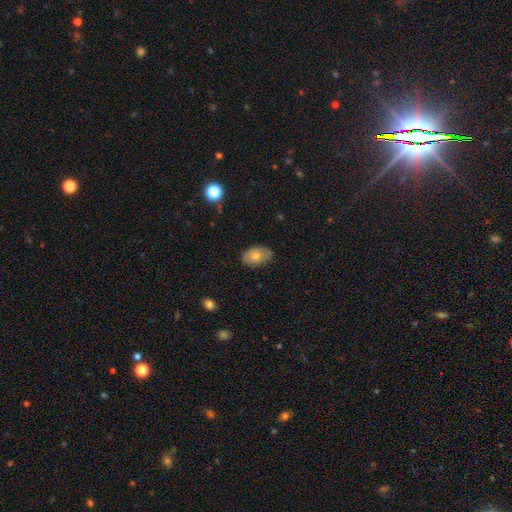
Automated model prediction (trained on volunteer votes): Q: Smooth or featured?
A: smooth (65%); runner-up: featured or disk (26%)
Q: How rounded?
A: in between (89%); runner-up: round (9%)
Q: Merging?
A: none (81%); runner-up: minor disturbance (15%)